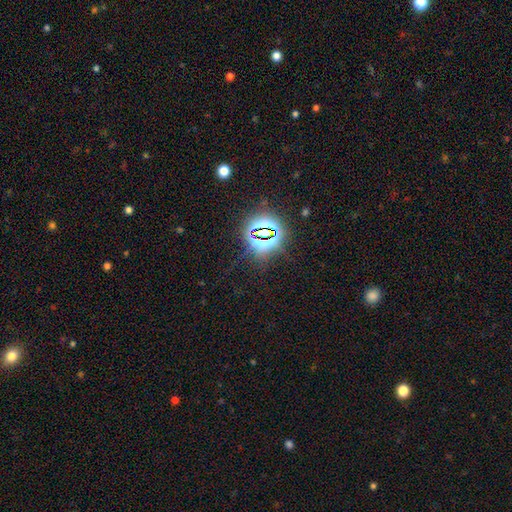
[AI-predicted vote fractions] Smooth or featured: star or artifact — 81% (smooth — 12%)